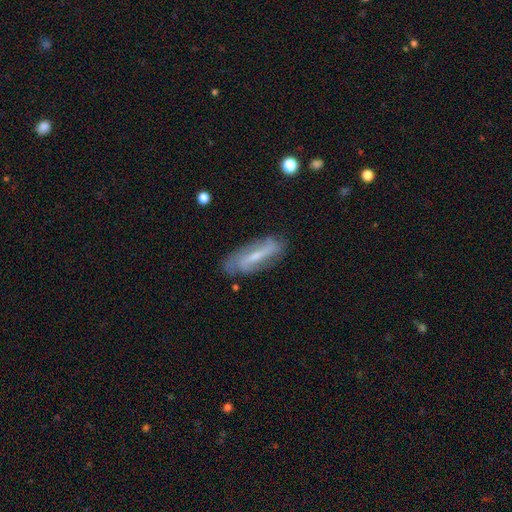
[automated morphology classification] Q: Smooth or featured?
A: featured or disk (66%); runner-up: smooth (27%)
Q: Edge-on disk?
A: no (77%); runner-up: yes (23%)
Q: Bar?
A: strong (44%); runner-up: weak (39%)
Q: Spiral arms?
A: yes (81%); runner-up: no (19%)
Q: Bulge size?
A: small (56%); runner-up: moderate (32%)
Q: Merging?
A: none (75%); runner-up: minor disturbance (18%)